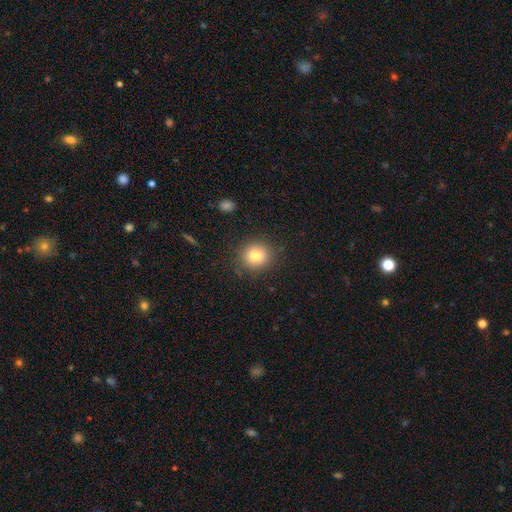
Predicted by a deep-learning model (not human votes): A smooth galaxy with no disk features (81%) that is round (85%). Merging: none (87%).